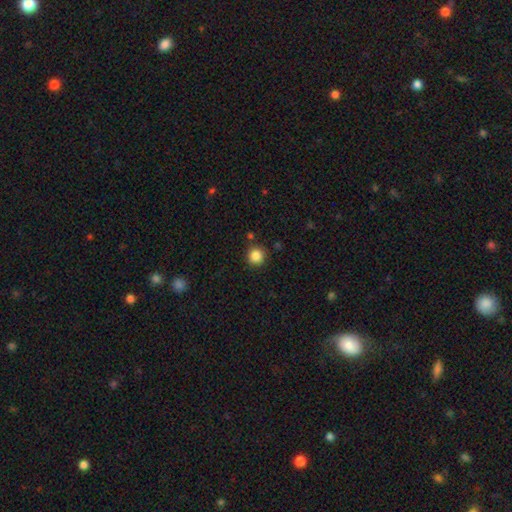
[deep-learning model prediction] This appears to be a smooth galaxy with no disk features (86%) that is round (94%). Merging: none (89%).